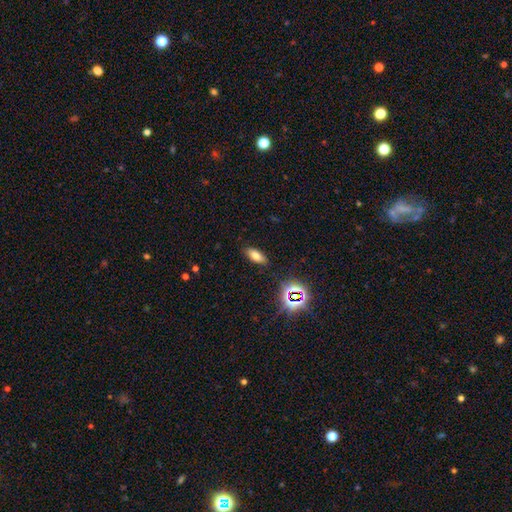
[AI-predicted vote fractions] Morphology: type=smooth (72%); roundness=in between (82%); merging=none (87%).